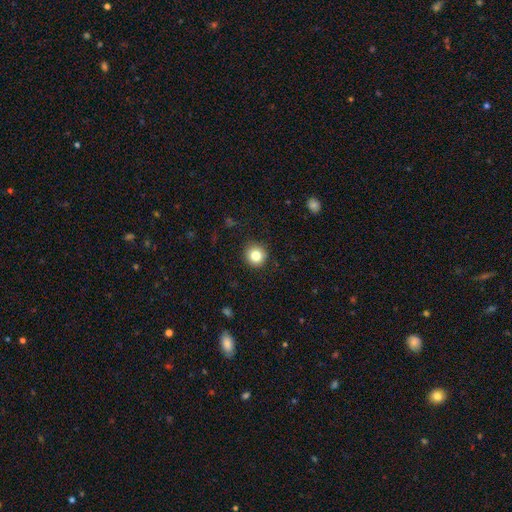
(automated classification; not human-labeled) Smooth or featured: smooth — 82% (star or artifact — 10%)
How rounded: round — 92% (in between — 7%)
Merging: none — 90% (minor disturbance — 7%)